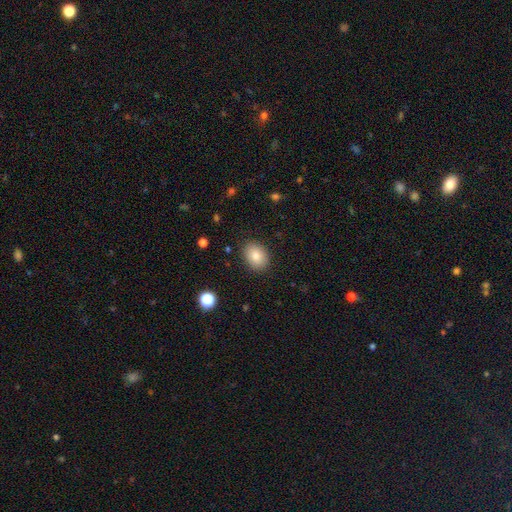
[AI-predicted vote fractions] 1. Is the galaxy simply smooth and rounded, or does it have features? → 83% smooth, 9% star or artifact, 8% featured or disk.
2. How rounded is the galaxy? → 65% in between, 34% round, 1% cigar-shaped.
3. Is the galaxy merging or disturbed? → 88% none, 9% minor disturbance, 2% major disturbance, 1% merger.